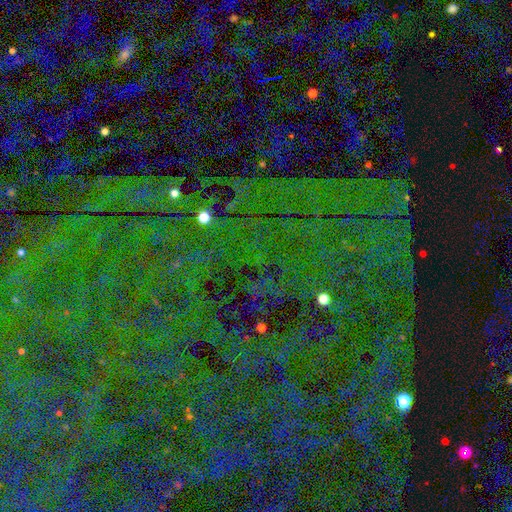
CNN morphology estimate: Q: Smooth or featured?
A: star or artifact (85%); runner-up: smooth (8%)